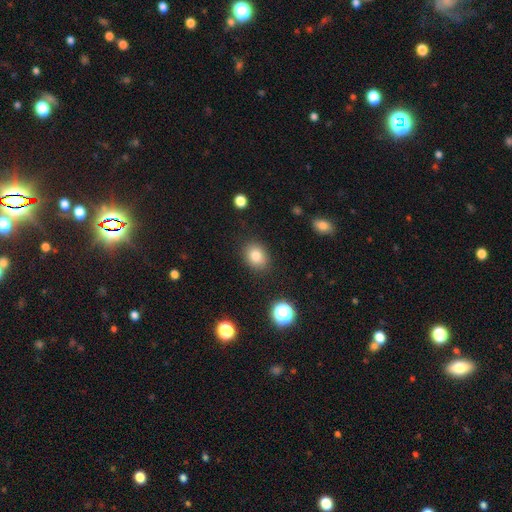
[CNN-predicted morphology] The model was most divided on "how rounded": in between: 54%, round: 45%, cigar-shaped: 1%. More confident: merging — none (86%); smooth or featured — smooth (82%).